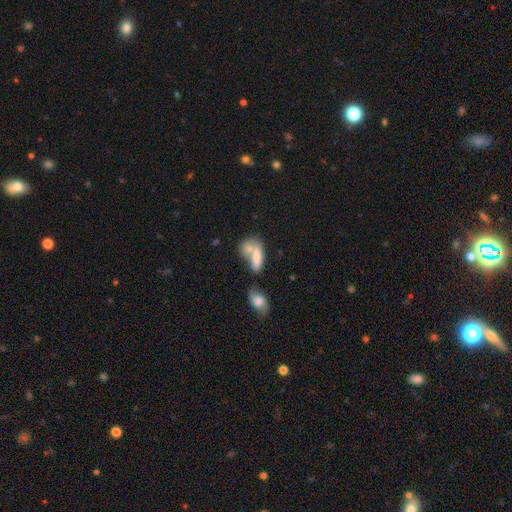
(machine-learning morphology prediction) smooth_or_featured: smooth (p=0.73) [alt: featured or disk p=0.19]
how_rounded: in between (p=0.78) [alt: cigar-shaped p=0.15]
merging: merger (p=0.52) [alt: none p=0.27]